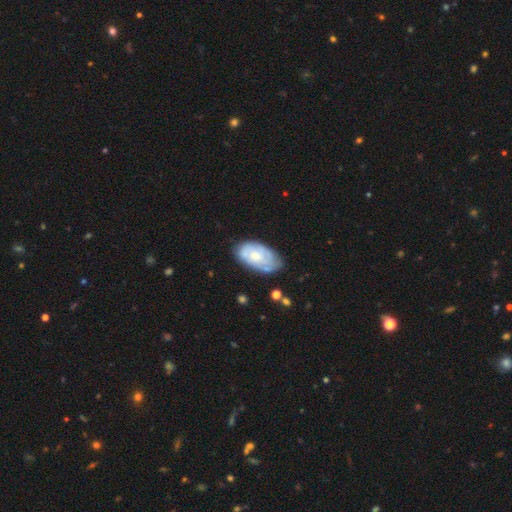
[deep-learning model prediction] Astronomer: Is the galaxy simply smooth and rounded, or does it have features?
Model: featured or disk — 55% (runner-up: smooth, 38%).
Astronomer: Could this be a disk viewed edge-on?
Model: no — 94%.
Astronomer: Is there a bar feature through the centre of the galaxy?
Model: no — 80%.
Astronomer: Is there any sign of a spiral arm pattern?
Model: yes — 64%.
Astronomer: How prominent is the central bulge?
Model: small — 47% (runner-up: moderate, 43%).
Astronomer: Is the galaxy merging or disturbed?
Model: none — 63%.